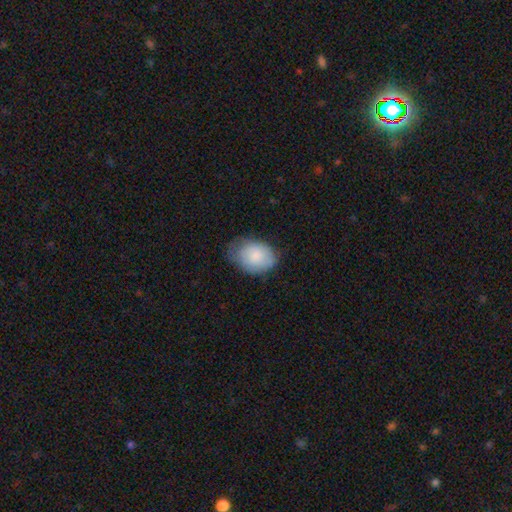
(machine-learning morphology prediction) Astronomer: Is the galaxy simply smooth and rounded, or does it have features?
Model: smooth — 78%.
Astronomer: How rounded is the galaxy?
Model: in between — 75%.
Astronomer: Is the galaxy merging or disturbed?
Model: none — 51% (runner-up: minor disturbance, 36%).